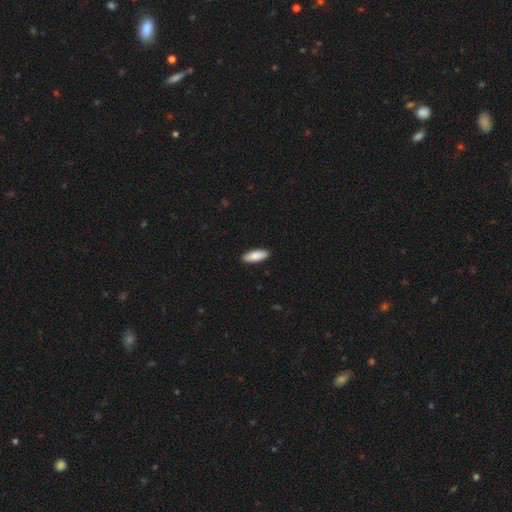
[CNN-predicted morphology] Smooth or featured? Predicted: smooth (p=0.83). How rounded? Predicted: in between (p=0.62). Merging? Predicted: none (p=0.91).